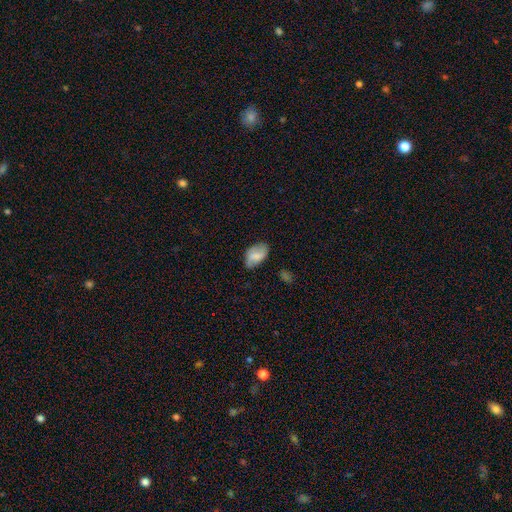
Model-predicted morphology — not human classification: Q: Smooth or featured?
A: smooth (66%); runner-up: featured or disk (26%)
Q: How rounded?
A: in between (91%); runner-up: round (7%)
Q: Merging?
A: none (65%); runner-up: minor disturbance (26%)